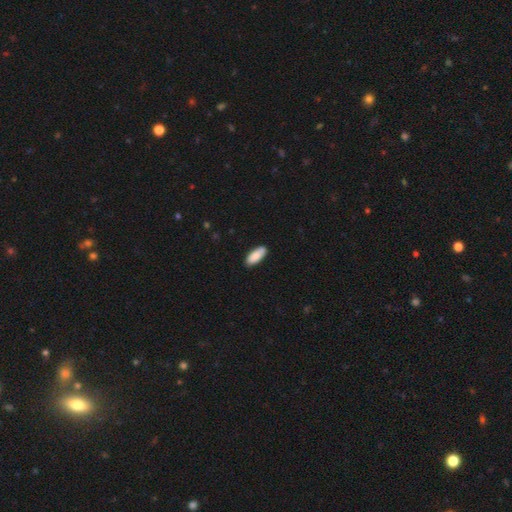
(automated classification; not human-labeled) smooth-or-featured: smooth: 89% | star or artifact: 6% | featured or disk: 5%
  how-rounded: in between: 80% | cigar-shaped: 19% | round: 2%
  merging: none: 87% | minor disturbance: 10% | major disturbance: 2% | merger: 1%